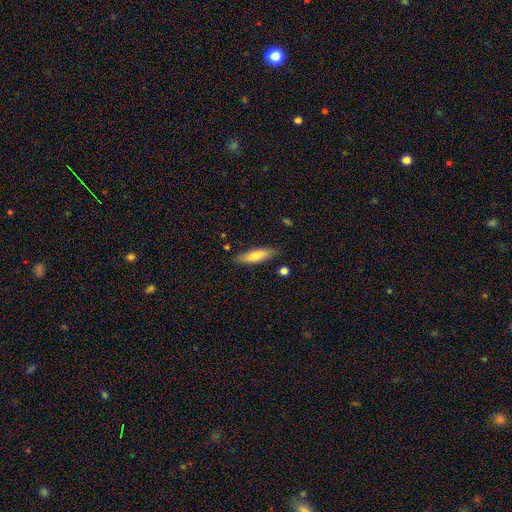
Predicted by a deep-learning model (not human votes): smooth_or_featured: smooth (p=0.73) [alt: featured or disk p=0.21]
how_rounded: cigar-shaped (p=0.50) [alt: in between p=0.48]
merging: none (p=0.82) [alt: minor disturbance p=0.14]